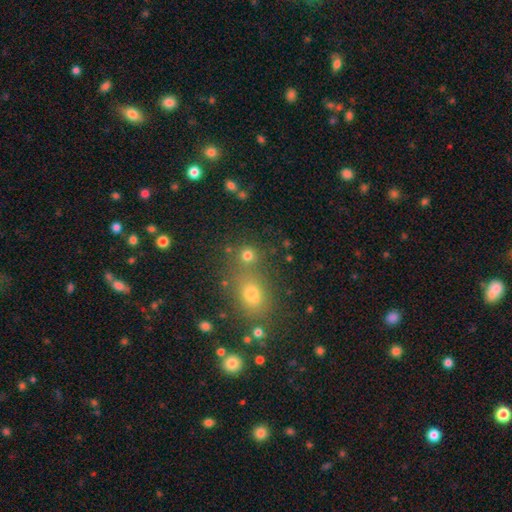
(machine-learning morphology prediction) A smooth galaxy with no disk features (62%) that is round (63%). Merging: none (66%).